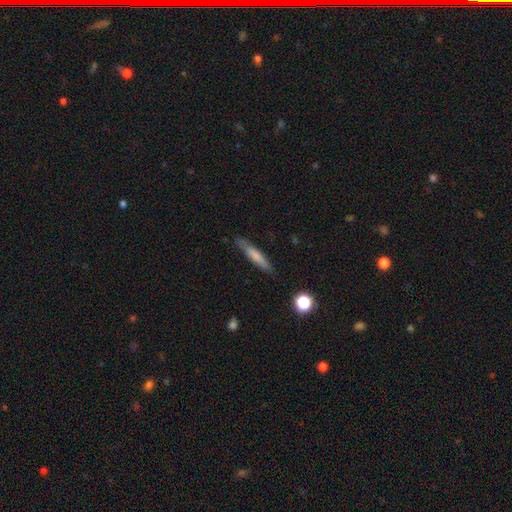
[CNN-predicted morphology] This appears to be a smooth galaxy with no disk features (66%) that is cigar-shaped (90%). Merging: none (83%).